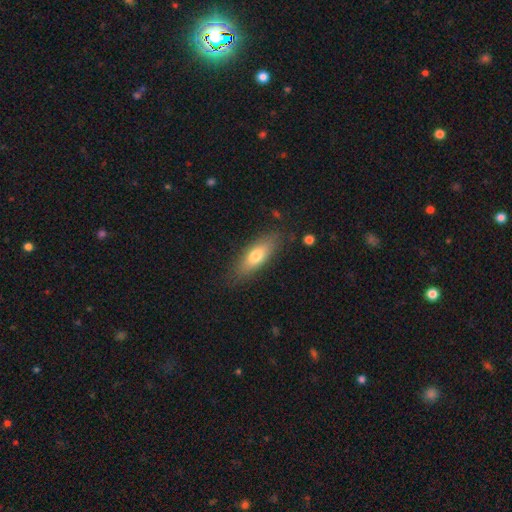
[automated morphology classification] Smooth or featured: smooth — 70% (featured or disk — 23%)
How rounded: in between — 62% (cigar-shaped — 35%)
Merging: none — 82% (minor disturbance — 13%)